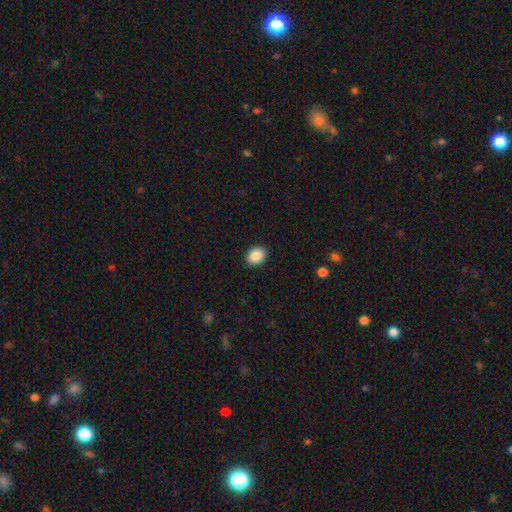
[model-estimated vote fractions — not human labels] smooth_or_featured: smooth (p=0.89) [alt: star or artifact p=0.08]
how_rounded: in between (p=0.56) [alt: round p=0.43]
merging: none (p=0.90) [alt: minor disturbance p=0.07]